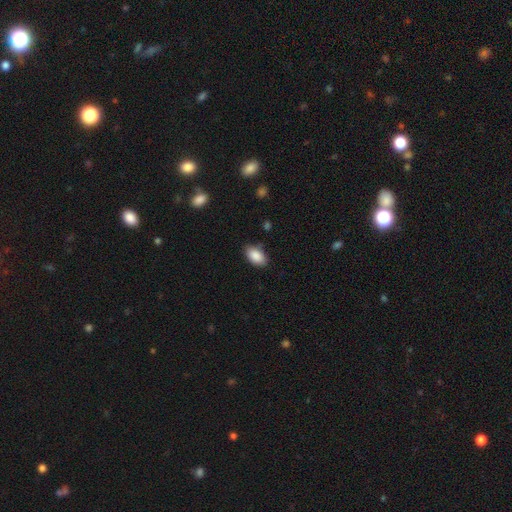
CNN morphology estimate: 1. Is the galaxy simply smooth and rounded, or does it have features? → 89% smooth, 7% star or artifact, 4% featured or disk.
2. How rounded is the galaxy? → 93% in between, 5% round, 2% cigar-shaped.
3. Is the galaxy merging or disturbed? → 82% none, 14% minor disturbance, 3% major disturbance, 2% merger.